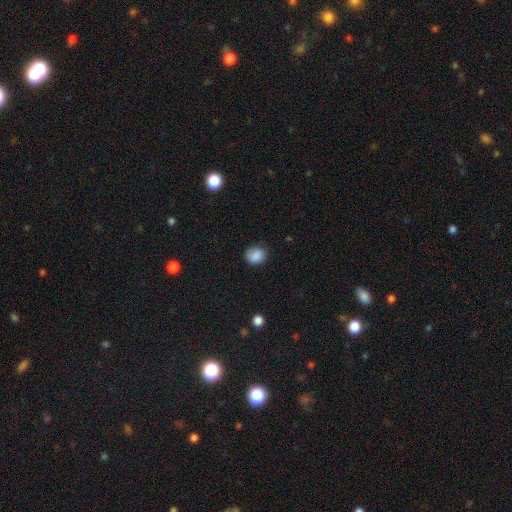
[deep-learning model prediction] Smooth or featured: smooth — 86% (star or artifact — 9%)
How rounded: round — 63% (in between — 36%)
Merging: none — 77% (minor disturbance — 18%)